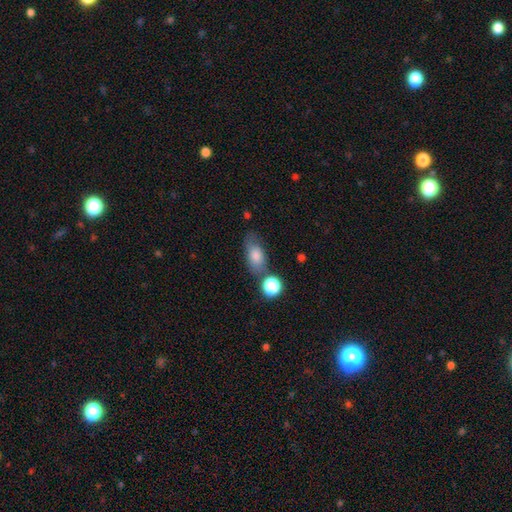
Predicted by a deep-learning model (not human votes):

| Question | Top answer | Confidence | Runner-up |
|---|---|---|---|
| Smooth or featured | smooth | 75% | featured or disk (16%) |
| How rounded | in between | 82% | round (12%) |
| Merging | none | 56% | minor disturbance (23%) |